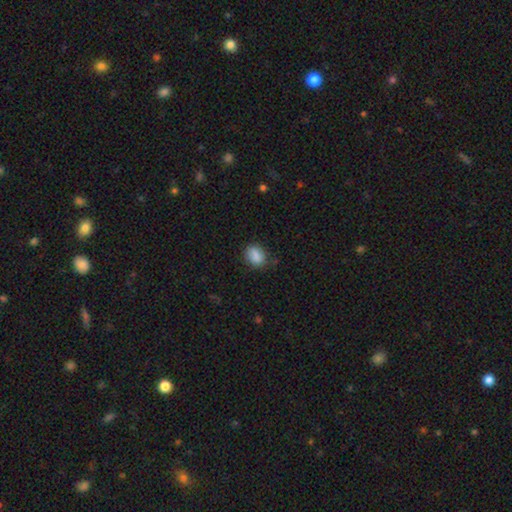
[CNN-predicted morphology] This appears to be a smooth galaxy with no disk features (86%) that is in between round and cigar-shaped (64%). Merging: none (76%).